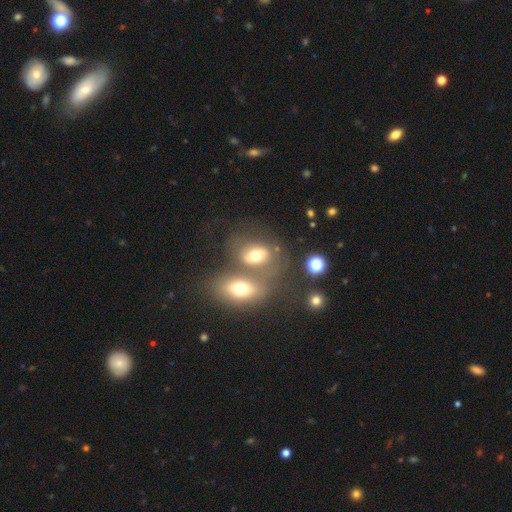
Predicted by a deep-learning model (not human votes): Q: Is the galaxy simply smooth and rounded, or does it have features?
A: smooth — 60%.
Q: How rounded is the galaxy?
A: in between — 72%.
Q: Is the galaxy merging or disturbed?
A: merger — 46%.